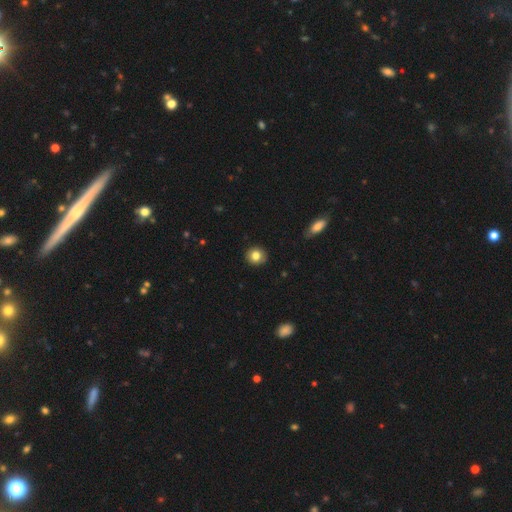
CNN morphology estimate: Smooth or featured: smooth — 83% (star or artifact — 10%)
How rounded: round — 89% (in between — 10%)
Merging: none — 90% (minor disturbance — 7%)